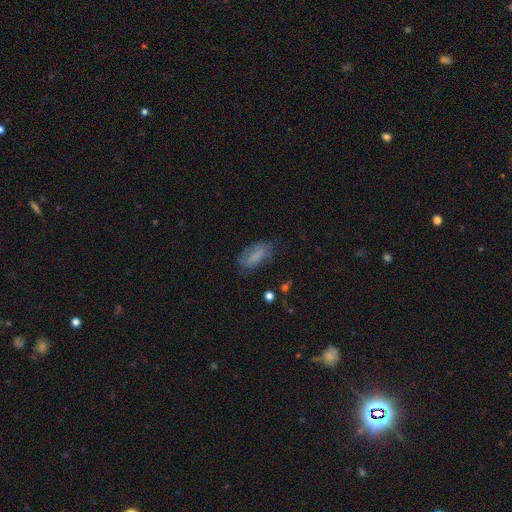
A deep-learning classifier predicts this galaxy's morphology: smooth 68%, featured or disk 22%, star or artifact 10%. Down the decision tree: how rounded — in between (83%); merging — none (57%).